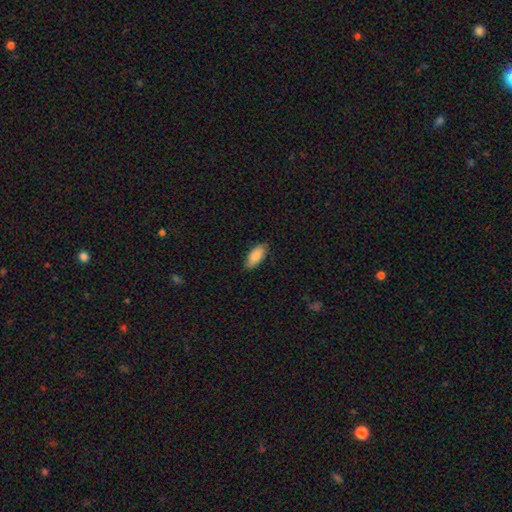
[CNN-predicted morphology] This appears to be a smooth galaxy with no disk features (88%) that is in between round and cigar-shaped (88%). Merging: none (85%).